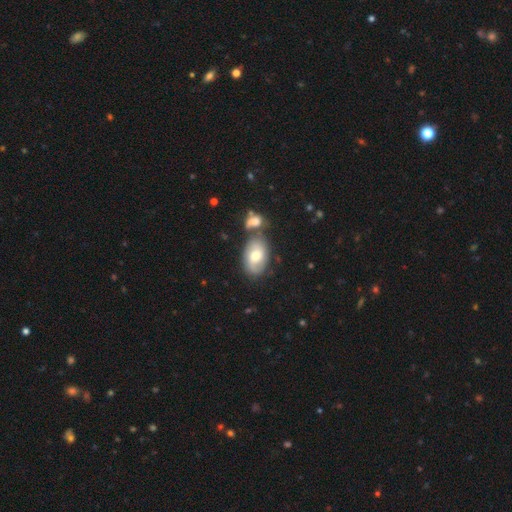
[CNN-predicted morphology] Smooth or featured?
  - smooth: 49% *
  - featured or disk: 44%
  - star or artifact: 7%
Merging?
  - none: 53% *
  - merger: 26%
  - minor disturbance: 15%
  - major disturbance: 6%